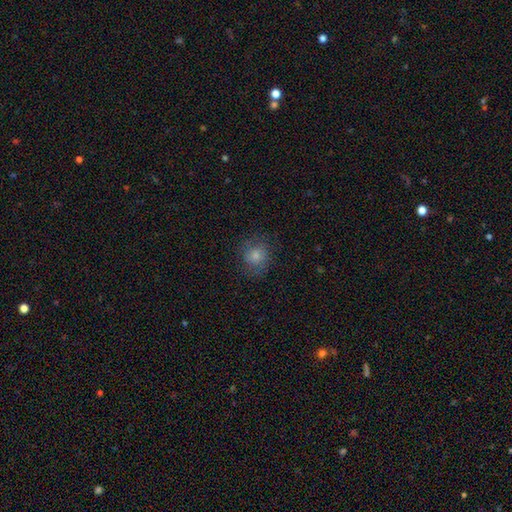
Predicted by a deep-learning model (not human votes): smooth_or_featured: smooth (p=0.78) [alt: featured or disk p=0.12]
how_rounded: round (p=0.79) [alt: in between p=0.20]
merging: none (p=0.77) [alt: minor disturbance p=0.15]